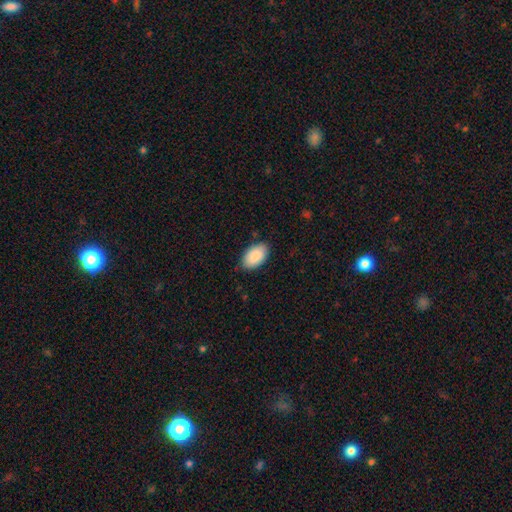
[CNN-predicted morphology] Overall: smooth (90%). How rounded: in between (95%). Merging: none (83%).